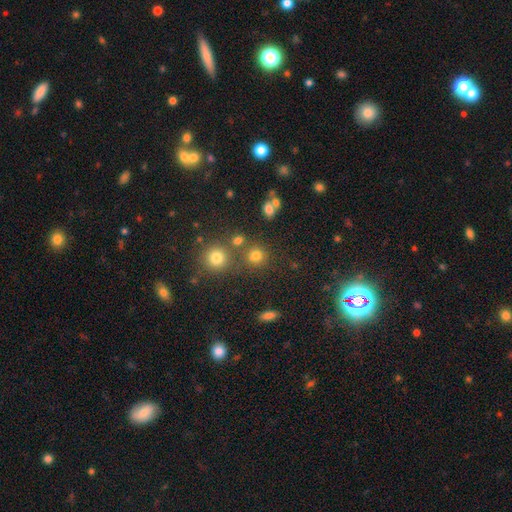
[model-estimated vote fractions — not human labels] smooth 76%, star or artifact 17%, featured or disk 7%. Down the decision tree: how rounded — round (88%); merging — none (75%).